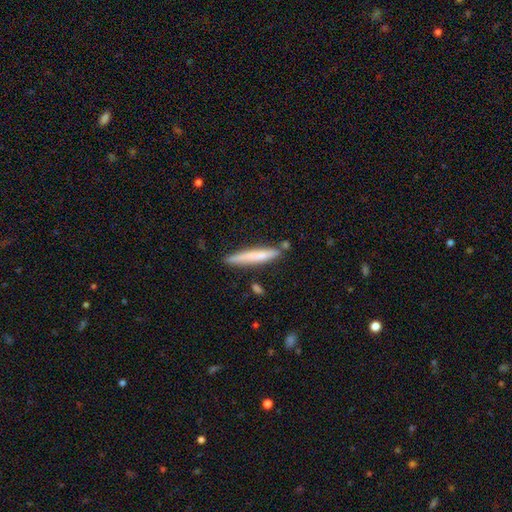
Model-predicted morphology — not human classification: Smooth or featured: smooth — 66% (featured or disk — 28%)
How rounded: cigar-shaped — 95% (in between — 4%)
Merging: none — 81% (minor disturbance — 12%)